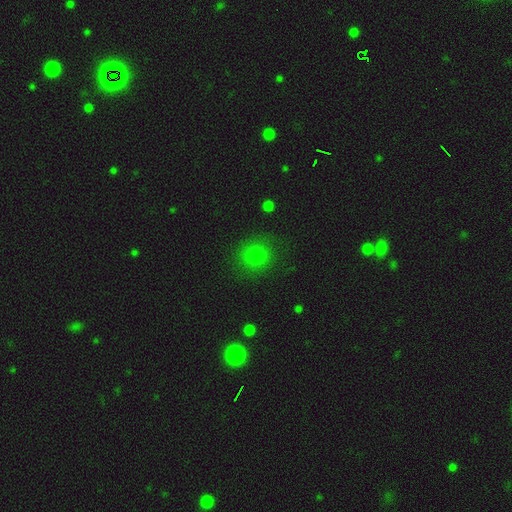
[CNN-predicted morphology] Smooth or featured? smooth (80%)
How rounded? round (87%)
Merging? none (83%)